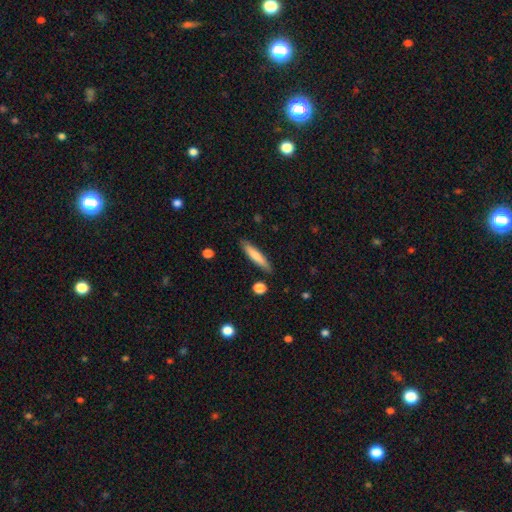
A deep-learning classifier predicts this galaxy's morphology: Smooth or featured: smooth — 75% (featured or disk — 19%)
How rounded: cigar-shaped — 88% (in between — 11%)
Merging: none — 85% (minor disturbance — 10%)